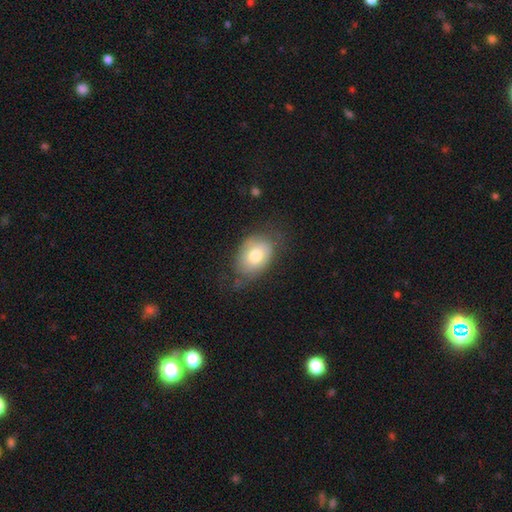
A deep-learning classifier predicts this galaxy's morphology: type=smooth (69%); roundness=in between (79%); merging=none (60%).